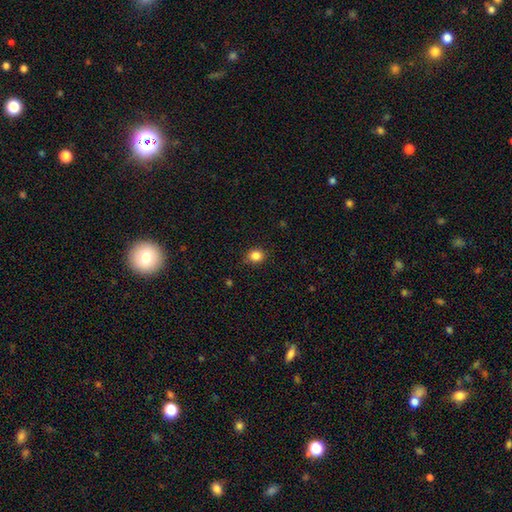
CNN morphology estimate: Smooth or featured? smooth (84%)
How rounded? round (75%)
Merging? none (82%)